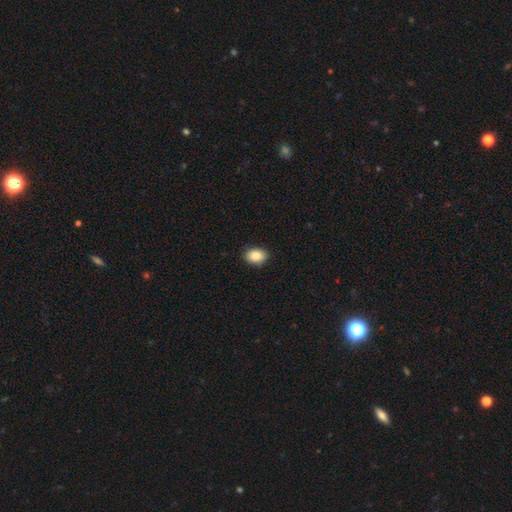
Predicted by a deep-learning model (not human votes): Q: Smooth or featured?
A: smooth (88%); runner-up: star or artifact (8%)
Q: How rounded?
A: in between (75%); runner-up: round (24%)
Q: Merging?
A: none (87%); runner-up: minor disturbance (10%)